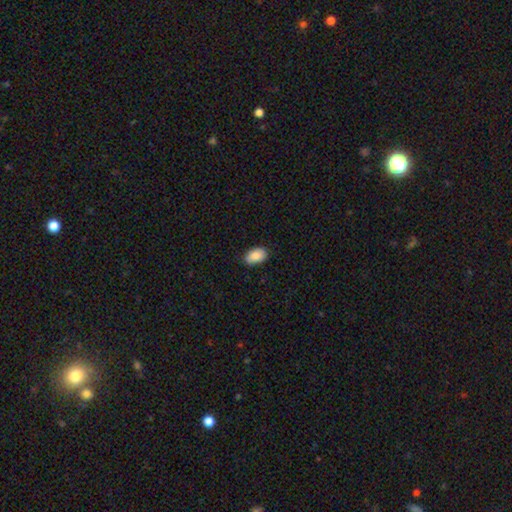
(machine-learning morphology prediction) Smooth or featured? smooth (87%)
How rounded? in between (92%)
Merging? none (85%)